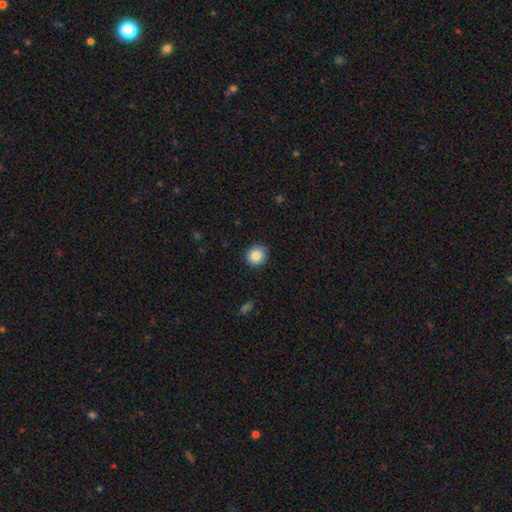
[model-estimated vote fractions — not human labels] The model was most divided on "how rounded": round: 84%, in between: 15%, cigar-shaped: 1%. More confident: merging — none (87%); smooth or featured — smooth (86%).